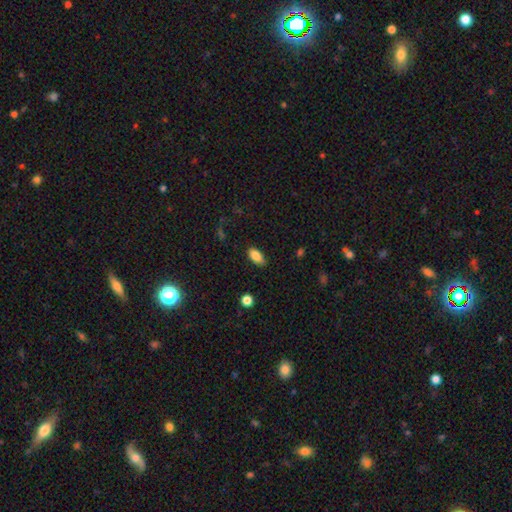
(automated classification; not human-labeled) This appears to be a smooth galaxy with no disk features (85%) that is in between round and cigar-shaped (89%). Merging: none (78%).